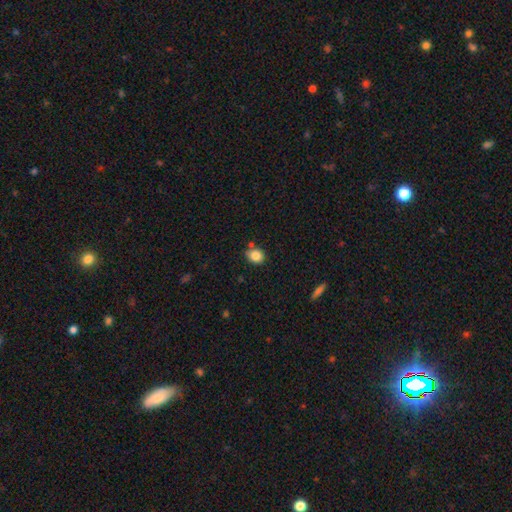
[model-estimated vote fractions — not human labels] Smooth or featured? Predicted: smooth (p=0.84). How rounded? Predicted: round (p=0.62). Merging? Predicted: none (p=0.72).